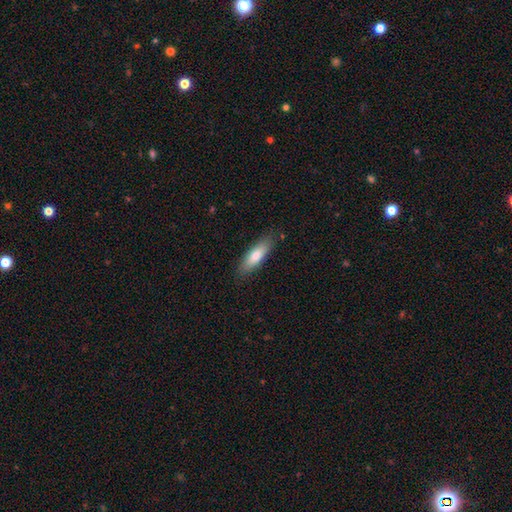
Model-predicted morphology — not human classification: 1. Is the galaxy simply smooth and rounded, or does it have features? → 76% smooth, 18% featured or disk, 6% star or artifact.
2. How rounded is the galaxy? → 49% cigar-shaped (tied), 49% in between (tied), 2% round.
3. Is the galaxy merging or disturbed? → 84% none, 12% minor disturbance, 2% major disturbance, 1% merger.